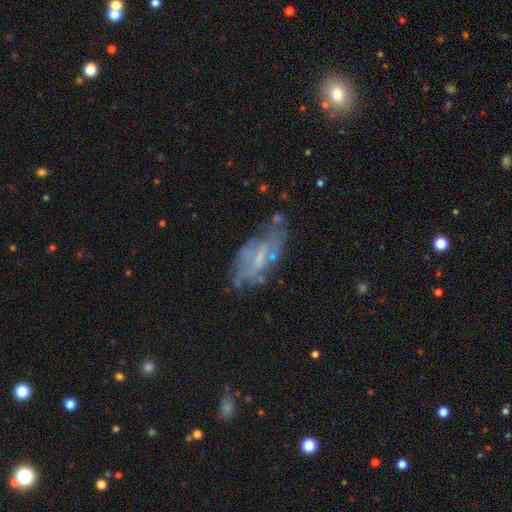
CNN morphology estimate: Smooth or featured?
  - featured or disk: 63% *
  - smooth: 20%
  - star or artifact: 16%
Edge-on disk?
  - no: 86% *
  - yes: 14%
Bar?
  - weak: 45% *
  - no: 35%
  - strong: 20%
Spiral arms?
  - yes: 70% *
  - no: 30%
Bulge size?
  - small: 56% *
  - moderate: 23%
  - none: 19%
  - large: 2%
  - dominant: 1%
Merging?
  - none: 63% *
  - minor disturbance: 22%
  - major disturbance: 12%
  - merger: 4%